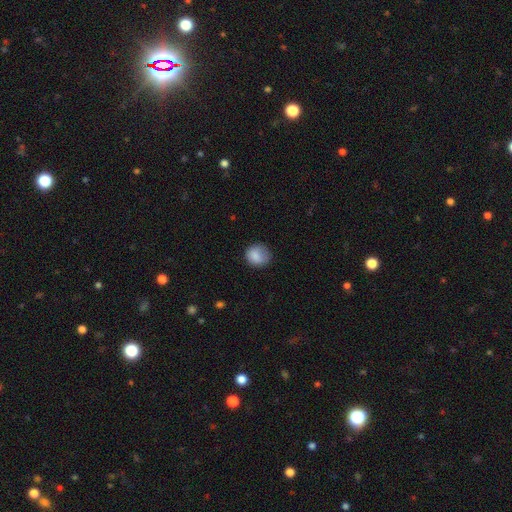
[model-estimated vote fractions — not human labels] This appears to be a smooth galaxy with no disk features (84%) that is round (76%). Merging: none (70%).